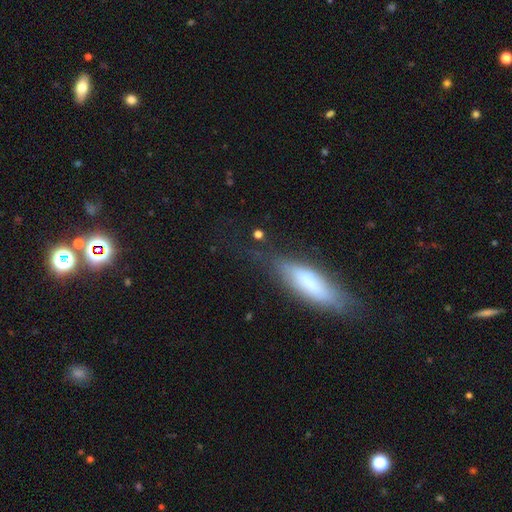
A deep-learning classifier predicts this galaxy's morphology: type=smooth (53%); roundness=cigar-shaped (64%); merging=none (68%).